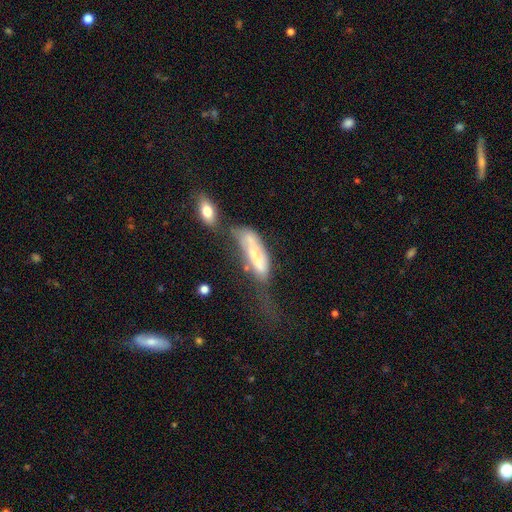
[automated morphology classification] The model was most divided on "how rounded" (2-way tie): cigar-shaped: 49%, in between: 49%, round: 2%. Remaining: smooth or featured — smooth (52%); merging — major disturbance (36%).